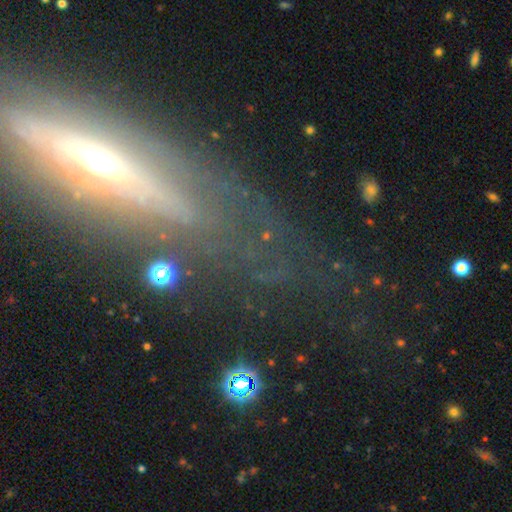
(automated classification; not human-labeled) Morphology: type=featured or disk (48%); merging=none (57%).